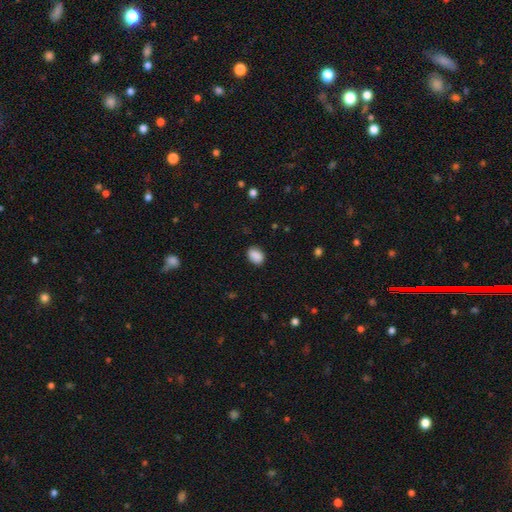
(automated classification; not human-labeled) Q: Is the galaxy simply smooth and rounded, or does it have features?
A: smooth — 89%.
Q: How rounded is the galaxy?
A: in between — 77%.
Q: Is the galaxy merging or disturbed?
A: none — 85%.